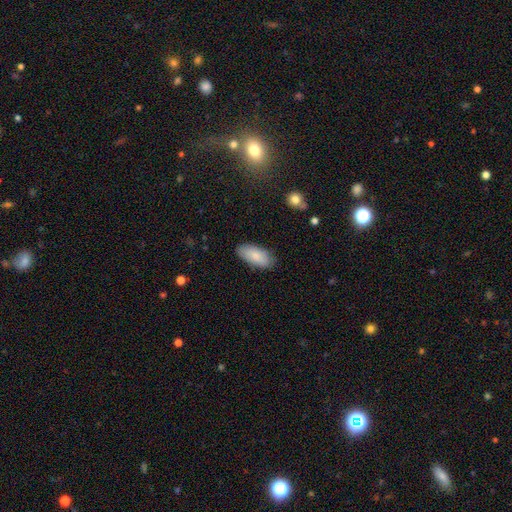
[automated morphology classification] Smooth or featured?
  - smooth: 84% *
  - featured or disk: 11%
  - star or artifact: 6%
How rounded?
  - in between: 91% *
  - cigar-shaped: 7%
  - round: 2%
Merging?
  - none: 83% *
  - minor disturbance: 13%
  - major disturbance: 3%
  - merger: 1%